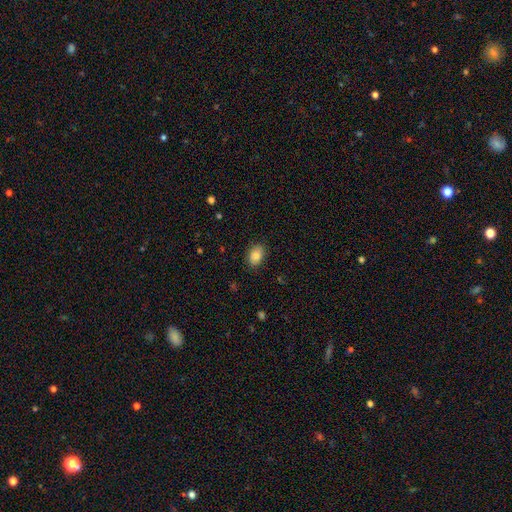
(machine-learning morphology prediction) A smooth galaxy with no disk features (85%) that is in between round and cigar-shaped (85%). Merging: none (86%).